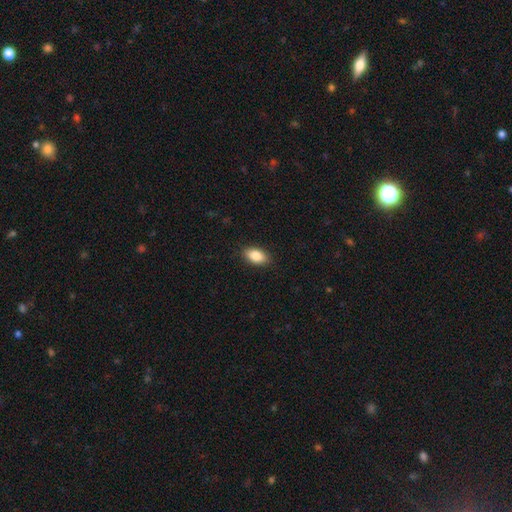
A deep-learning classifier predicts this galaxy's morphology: type=smooth (86%); roundness=in between (92%); merging=none (89%).